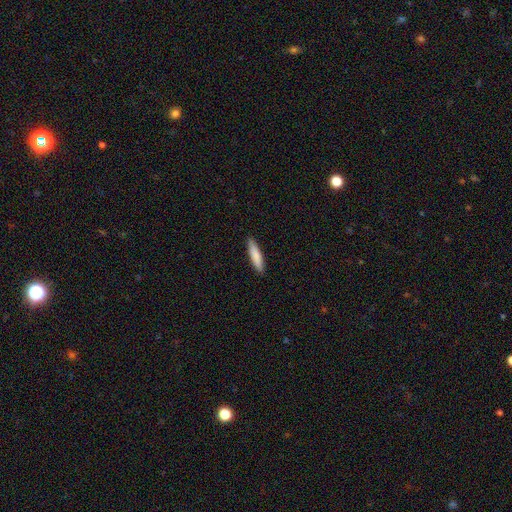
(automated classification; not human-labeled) Q: Smooth or featured?
A: smooth (84%); runner-up: featured or disk (11%)
Q: How rounded?
A: cigar-shaped (81%); runner-up: in between (17%)
Q: Merging?
A: none (90%); runner-up: minor disturbance (8%)